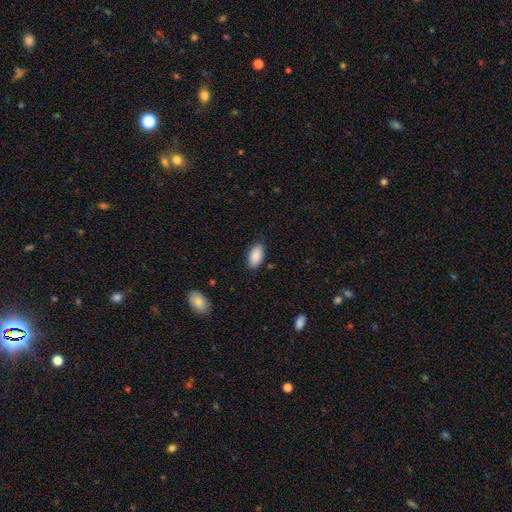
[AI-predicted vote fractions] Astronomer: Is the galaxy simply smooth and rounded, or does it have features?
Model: smooth — 89%.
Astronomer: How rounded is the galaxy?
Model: in between — 94%.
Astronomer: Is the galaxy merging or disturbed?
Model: none — 84%.